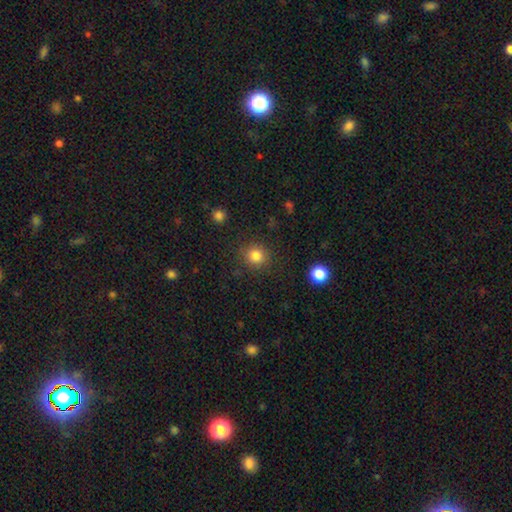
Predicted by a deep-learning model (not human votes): This appears to be a smooth galaxy with no disk features (83%) that is round (89%). Merging: none (88%).